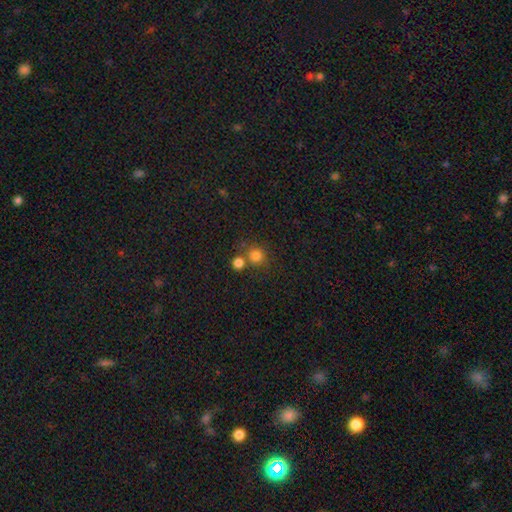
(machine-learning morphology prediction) A smooth galaxy with no disk features (80%) that is round (90%). Merging: none (65%).